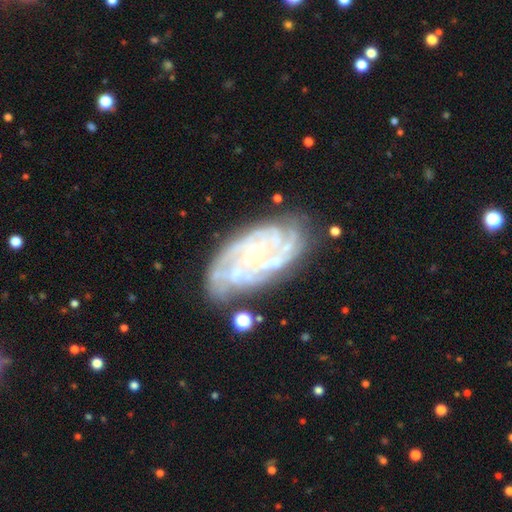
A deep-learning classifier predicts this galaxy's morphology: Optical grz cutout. It shows a featured or disk galaxy (85%) with no bar (69%), tight (66%) spiral arms (93%) and a small central bulge (74%). Merging: none (70%).